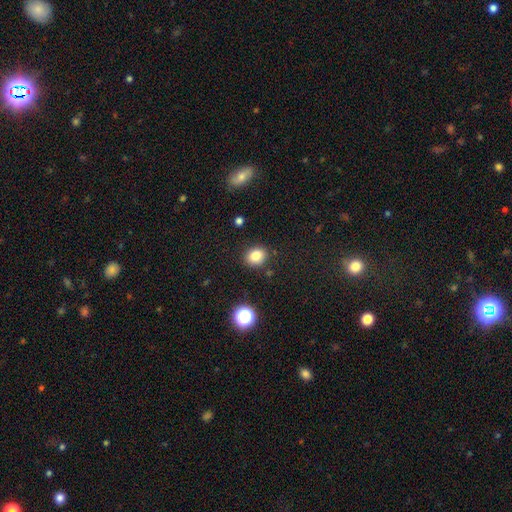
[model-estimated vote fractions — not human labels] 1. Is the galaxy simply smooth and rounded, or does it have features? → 82% smooth, 12% star or artifact, 6% featured or disk.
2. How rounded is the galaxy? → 62% round, 37% in between, 1% cigar-shaped.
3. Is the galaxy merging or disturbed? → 86% none, 9% minor disturbance, 3% major disturbance, 2% merger.